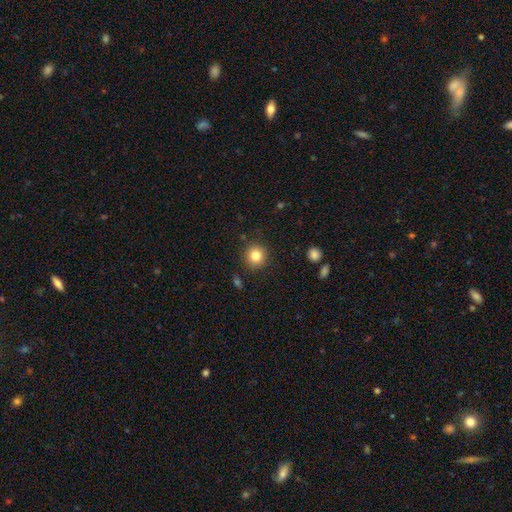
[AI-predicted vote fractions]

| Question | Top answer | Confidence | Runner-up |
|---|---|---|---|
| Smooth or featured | smooth | 82% | star or artifact (11%) |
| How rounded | round | 93% | in between (6%) |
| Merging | none | 89% | minor disturbance (7%) |